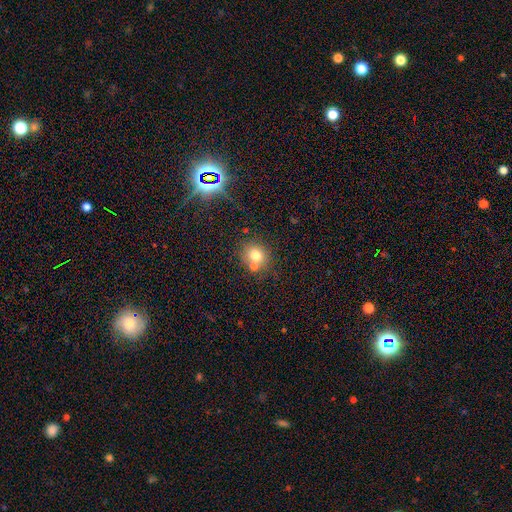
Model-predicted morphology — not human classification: Smooth or featured? smooth (72%)
How rounded? round (76%)
Merging? none (59%)